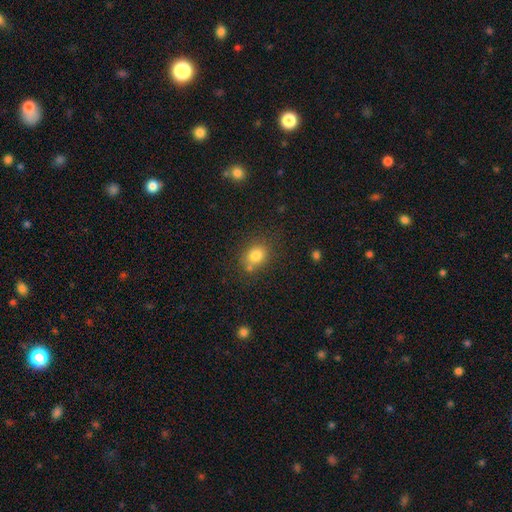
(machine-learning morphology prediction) Smooth or featured? Predicted: smooth (p=0.80). How rounded? Predicted: round (p=0.50). Merging? Predicted: none (p=0.68).